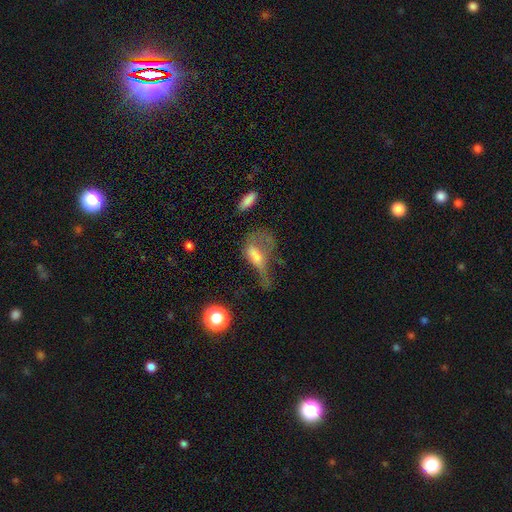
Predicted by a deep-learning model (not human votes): A featured or disk galaxy (42%).

Vote fractions:
- Smooth or featured? featured or disk: 42% / smooth: 41% / star or artifact: 17%
- Merging? major disturbance: 59% / none: 18% / minor disturbance: 14% / merger: 9%